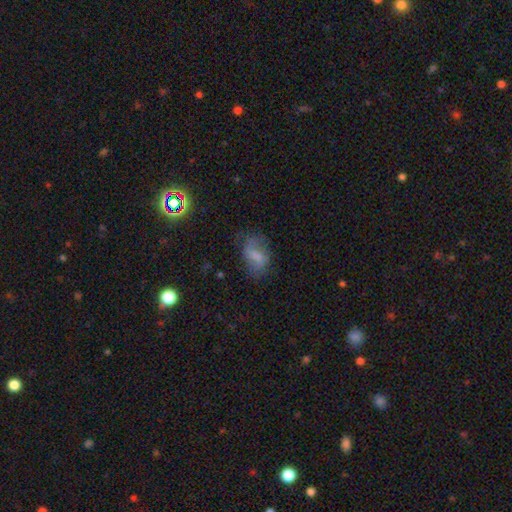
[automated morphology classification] smooth-or-featured: smooth: 61% | featured or disk: 27% | star or artifact: 11%
  how-rounded: in between: 84% | round: 13% | cigar-shaped: 3%
  merging: none: 57% | minor disturbance: 26% | major disturbance: 15% | merger: 2%